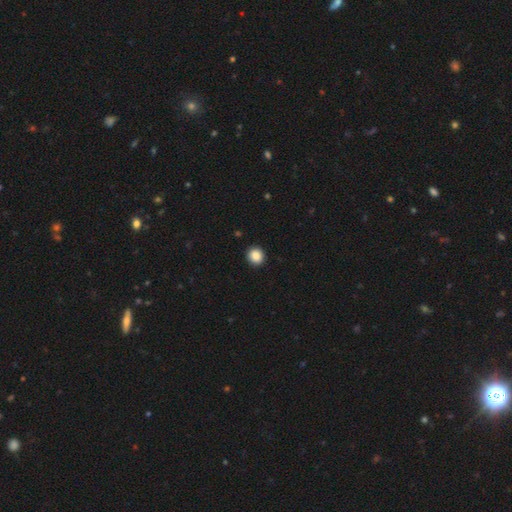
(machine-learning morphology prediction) Overall: smooth (88%). How rounded: round (86%). Merging: none (92%).